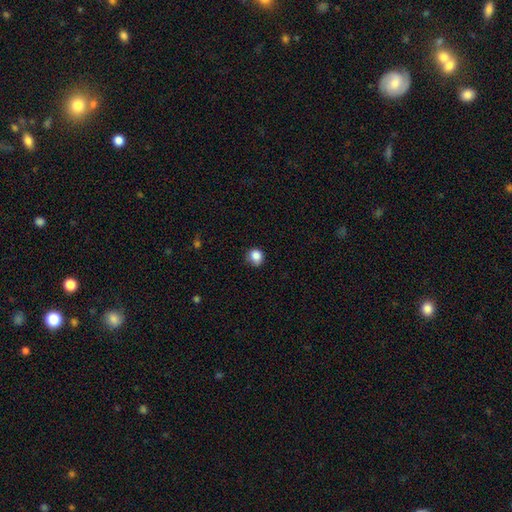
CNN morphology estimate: Smooth or featured?
  - smooth: 85% *
  - star or artifact: 10%
  - featured or disk: 5%
How rounded?
  - round: 85% *
  - in between: 14%
  - cigar-shaped: 1%
Merging?
  - none: 73% *
  - minor disturbance: 22%
  - major disturbance: 4%
  - merger: 1%